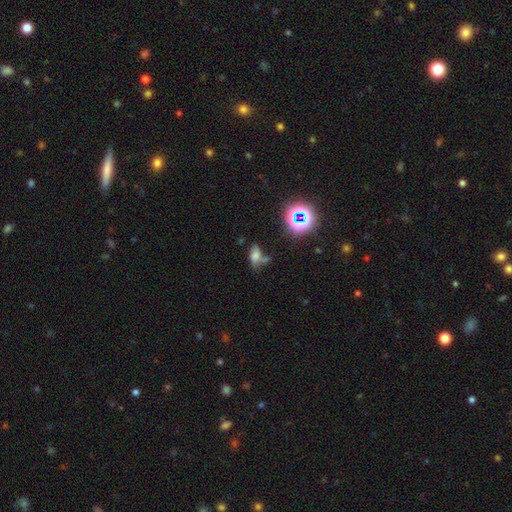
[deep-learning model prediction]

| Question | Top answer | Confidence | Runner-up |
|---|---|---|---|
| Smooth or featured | smooth | 53% | star or artifact (24%) |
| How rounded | in between | 79% | round (11%) |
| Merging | none | 35% | minor disturbance (23%) |